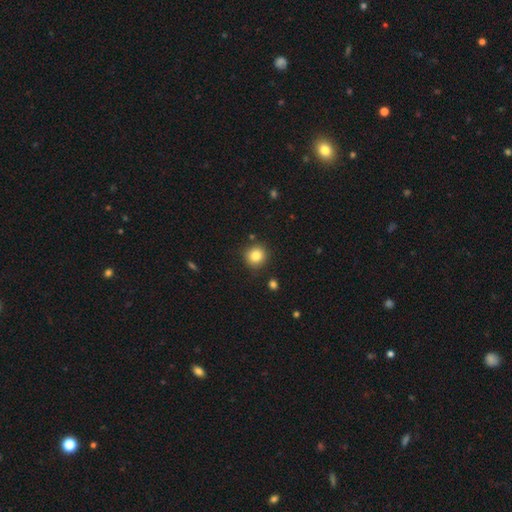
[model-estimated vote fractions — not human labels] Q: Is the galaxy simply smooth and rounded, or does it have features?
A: smooth — 84%.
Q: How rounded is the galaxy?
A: round — 90%.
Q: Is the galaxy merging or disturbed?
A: none — 88%.